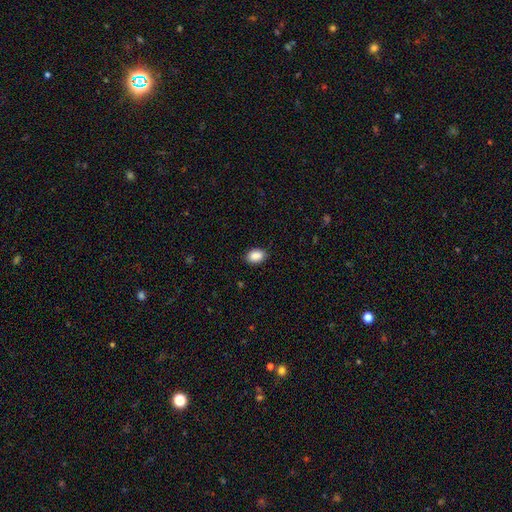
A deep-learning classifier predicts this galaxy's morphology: type=smooth (90%); roundness=in between (84%); merging=none (88%).